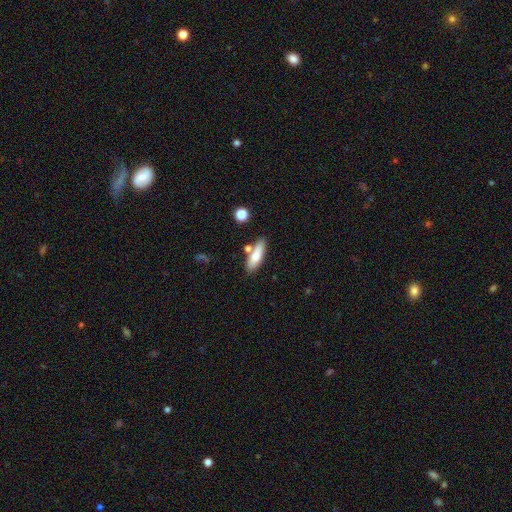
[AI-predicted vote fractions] A smooth galaxy with no disk features (73%) that is in between round and cigar-shaped (50%).

Vote fractions:
- Smooth or featured? smooth: 73% / featured or disk: 20% / star or artifact: 7%
- How rounded? in between: 50% / cigar-shaped: 47% / round: 3%
- Merging? none: 70% / minor disturbance: 14% / merger: 13% / major disturbance: 4%